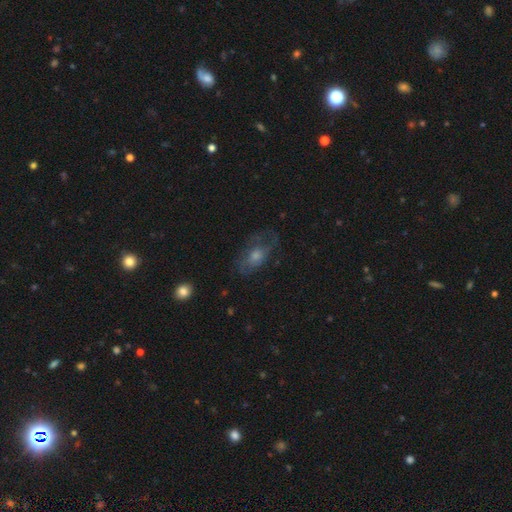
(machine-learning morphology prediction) type=featured or disk (53%); edge-on=no (91%); merging=none (63%).